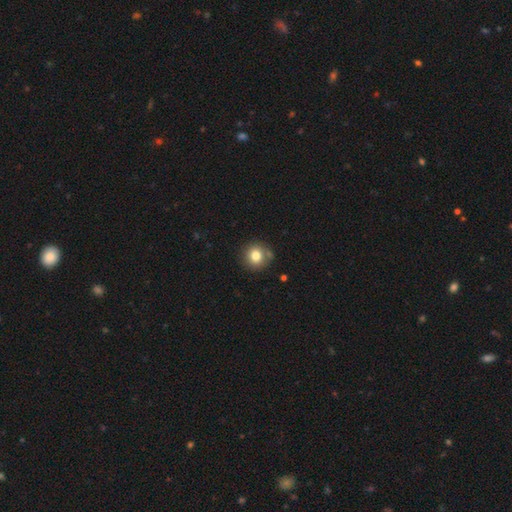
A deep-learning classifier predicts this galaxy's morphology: The model was most divided on "merging": none: 79%, minor disturbance: 11%, merger: 6%, major disturbance: 3%. More confident: how rounded — round (92%); smooth or featured — smooth (80%).